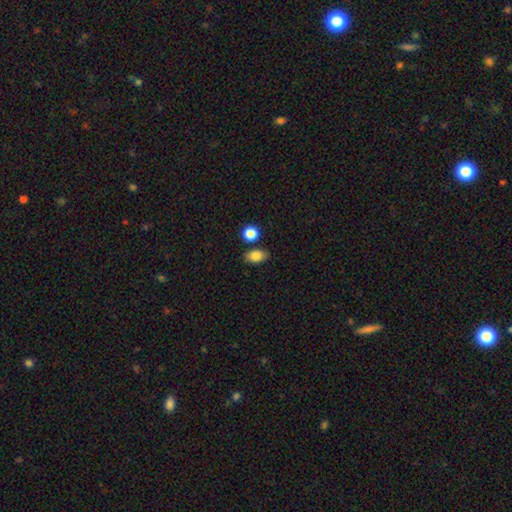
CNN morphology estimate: smooth_or_featured: smooth (p=0.84) [alt: star or artifact p=0.09]
how_rounded: in between (p=0.82) [alt: round p=0.16]
merging: none (p=0.79) [alt: minor disturbance p=0.12]